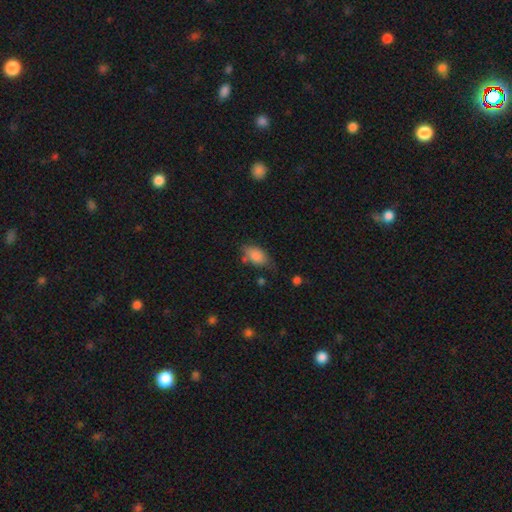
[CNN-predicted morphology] Smooth or featured? smooth (83%)
How rounded? in between (89%)
Merging? none (55%)